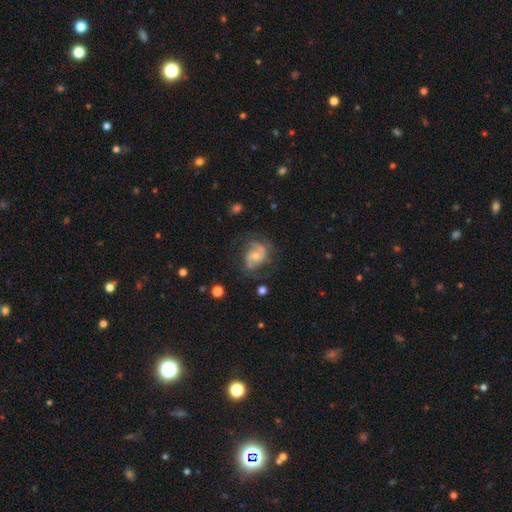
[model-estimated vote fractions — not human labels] Q: Smooth or featured?
A: featured or disk (73%); runner-up: smooth (19%)
Q: Edge-on disk?
A: no (98%); runner-up: yes (2%)
Q: Bar?
A: no (61%); runner-up: weak (32%)
Q: Spiral arms?
A: yes (90%); runner-up: no (10%)
Q: Spiral winding?
A: medium (47%); runner-up: tight (27%)
Q: Spiral arm count?
A: 2 (69%); runner-up: can't tell (14%)
Q: Bulge size?
A: small (50%); runner-up: moderate (43%)
Q: Merging?
A: none (57%); runner-up: minor disturbance (23%)